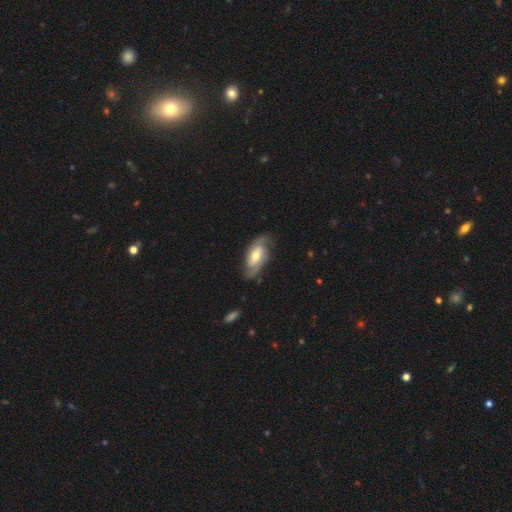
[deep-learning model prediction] smooth-or-featured: featured or disk: 71% | smooth: 24% | star or artifact: 6%
  disk-edge-on: no: 91% | yes: 9%
    bar: no: 42% | weak: 41% | strong: 17%
    has-spiral-arms: yes: 89% | no: 11%
      spiral-winding: medium: 42% | loose: 30% | tight: 28%
      spiral-arm-count: 2: 79% | can't tell: 12% | 3: 4% | 1: 3% | 4: 1% | more than 4: 1%
    bulge-size: moderate: 68% | small: 22% | large: 7% | none: 1% | dominant: 1%
  merging: none: 74% | minor disturbance: 19% | major disturbance: 6% | merger: 2%